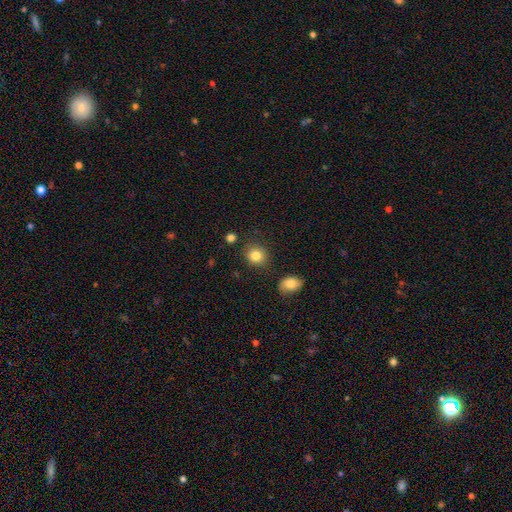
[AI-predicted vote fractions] Smooth or featured: smooth — 85% (star or artifact — 10%)
How rounded: round — 77% (in between — 22%)
Merging: none — 84% (minor disturbance — 10%)